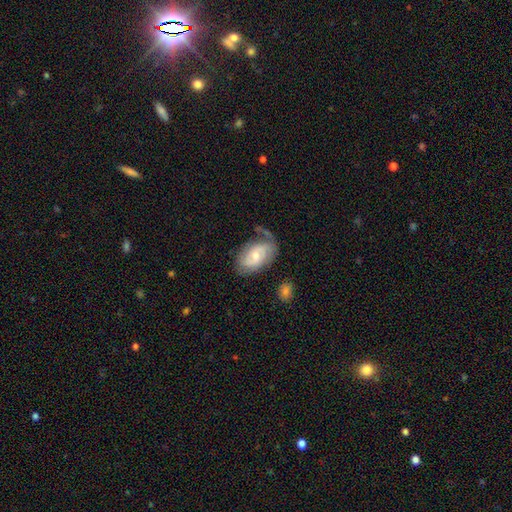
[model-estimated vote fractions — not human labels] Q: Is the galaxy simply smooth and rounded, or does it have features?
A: featured or disk — 61%.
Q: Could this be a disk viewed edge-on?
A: no — 95%.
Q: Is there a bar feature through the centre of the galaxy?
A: no — 50%.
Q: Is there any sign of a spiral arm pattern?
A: yes — 83%.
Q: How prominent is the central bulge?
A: moderate — 51%.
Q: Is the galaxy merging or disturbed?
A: none — 51%.